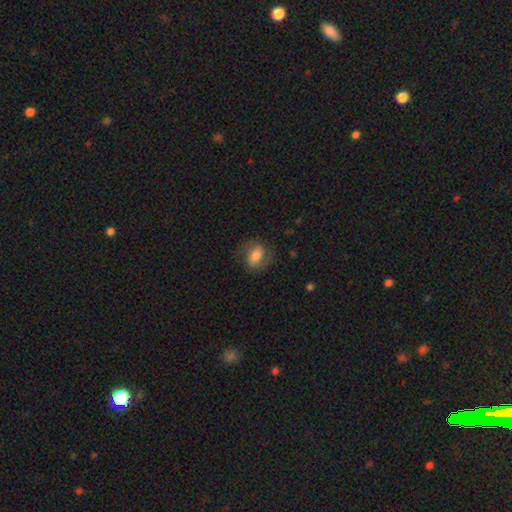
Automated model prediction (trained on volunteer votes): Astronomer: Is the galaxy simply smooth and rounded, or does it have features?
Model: smooth — 56% (runner-up: featured or disk, 36%).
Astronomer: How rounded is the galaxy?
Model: in between — 66%.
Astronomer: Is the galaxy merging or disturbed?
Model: none — 70%.